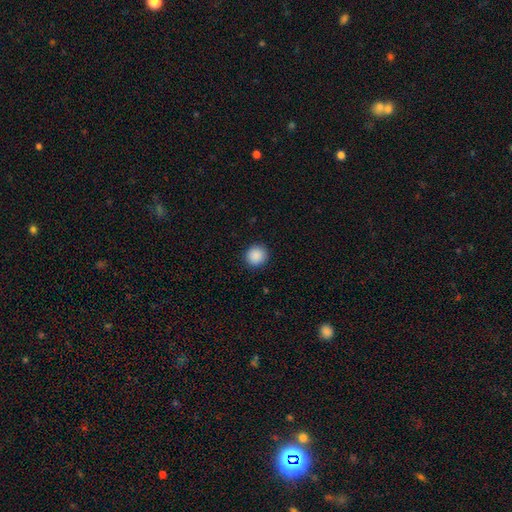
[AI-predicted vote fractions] This is clearly a smooth galaxy (89%). How rounded: clearly round (92%). Merging: clearly none (92%).